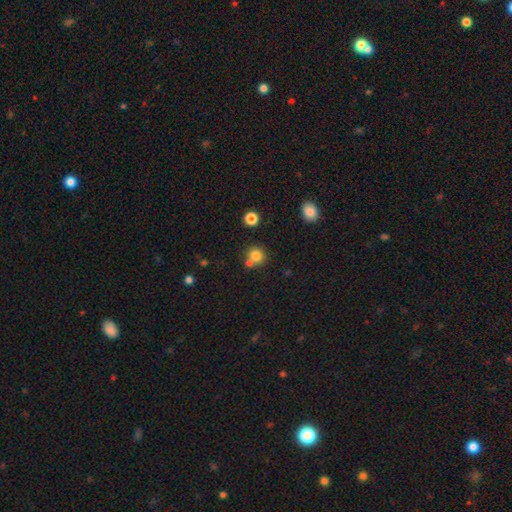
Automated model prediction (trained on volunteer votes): The model was most divided on "merging": none: 64%, merger: 25%, minor disturbance: 9%, major disturbance: 3%. More confident: how rounded — round (86%); smooth or featured — smooth (81%).